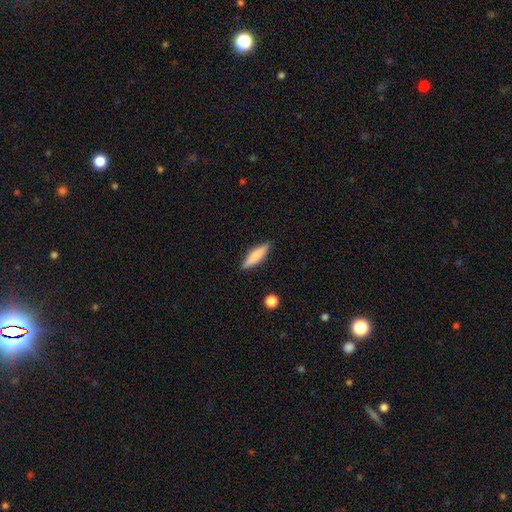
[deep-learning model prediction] Smooth or featured? smooth (69%)
How rounded? cigar-shaped (70%)
Merging? none (88%)